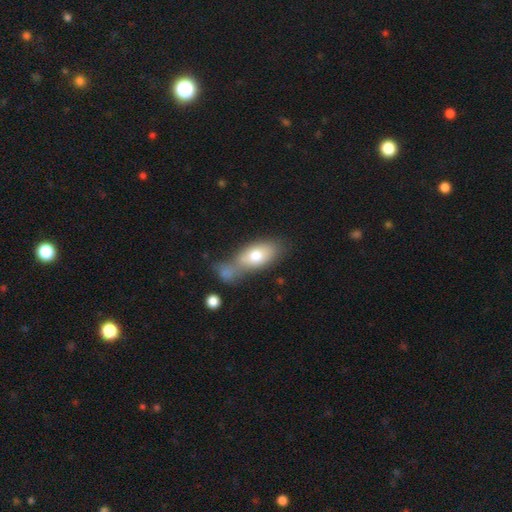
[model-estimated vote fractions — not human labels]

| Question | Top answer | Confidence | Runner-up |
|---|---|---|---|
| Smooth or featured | smooth | 73% | featured or disk (20%) |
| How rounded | in between | 85% | cigar-shaped (10%) |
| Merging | merger | 40% | none (34%) |